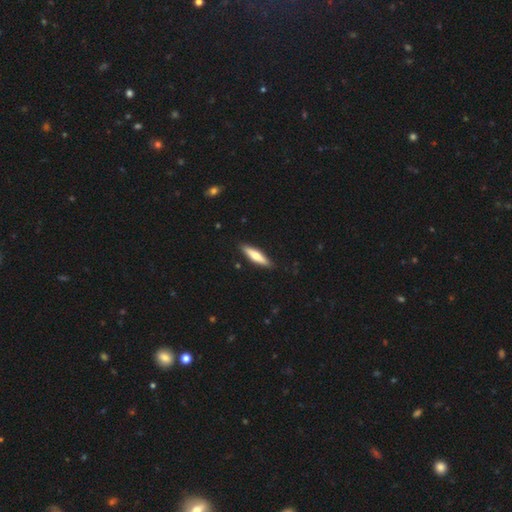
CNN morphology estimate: Q: Smooth or featured?
A: smooth (55%); runner-up: featured or disk (39%)
Q: How rounded?
A: cigar-shaped (78%); runner-up: in between (20%)
Q: Merging?
A: none (89%); runner-up: minor disturbance (8%)